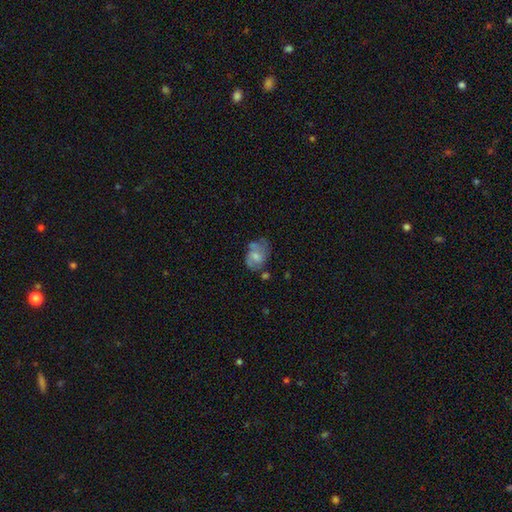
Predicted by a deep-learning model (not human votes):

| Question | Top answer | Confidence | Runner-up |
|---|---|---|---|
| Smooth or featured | smooth | 48% | featured or disk (44%) |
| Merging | none | 42% | minor disturbance (29%) |